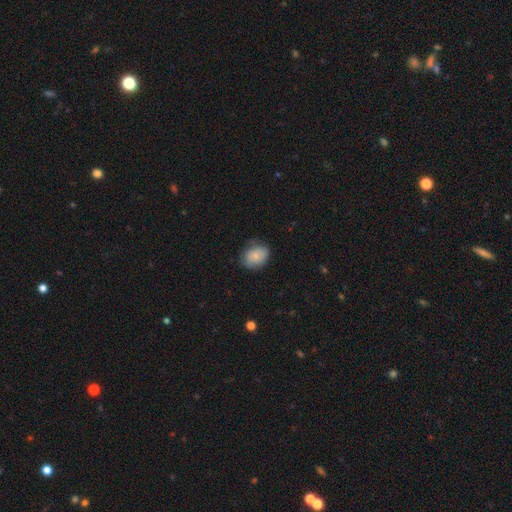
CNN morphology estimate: type=smooth (79%); roundness=in between (55%); merging=none (71%).